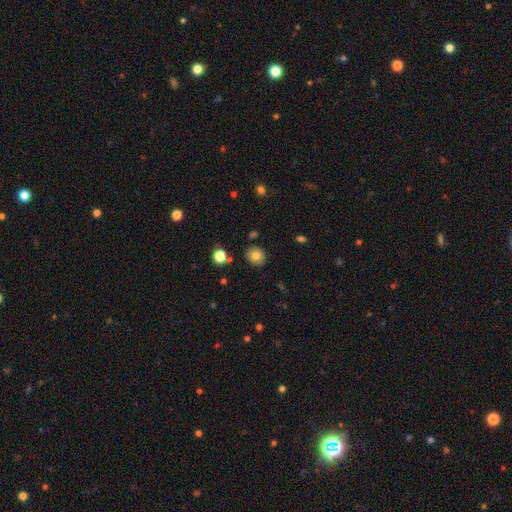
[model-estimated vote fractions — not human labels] Smooth or featured? smooth (77%)
How rounded? round (81%)
Merging? none (87%)